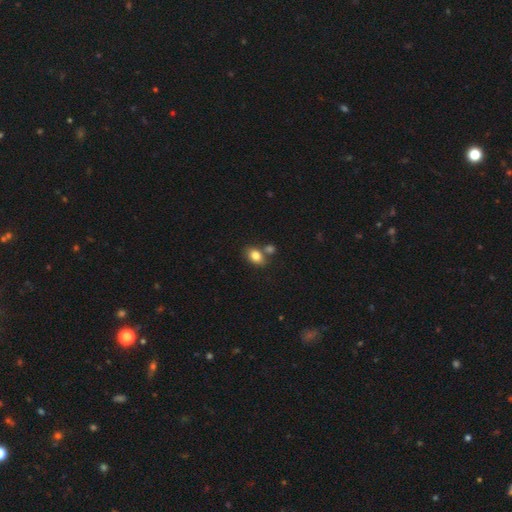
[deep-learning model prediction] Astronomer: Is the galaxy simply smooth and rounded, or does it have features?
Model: smooth — 82%.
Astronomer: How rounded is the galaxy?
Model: in between — 74%.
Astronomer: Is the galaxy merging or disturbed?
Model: none — 59%.